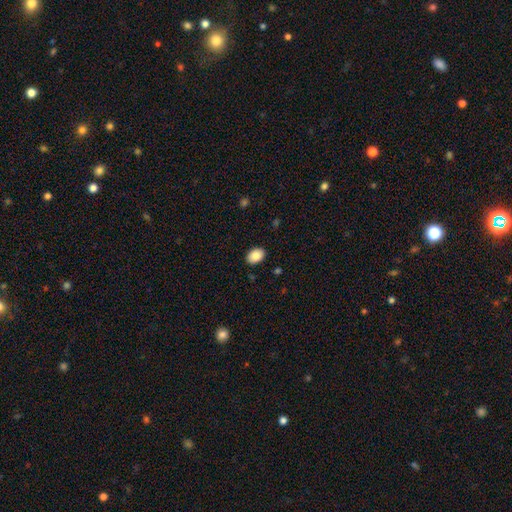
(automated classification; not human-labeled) Smooth or featured? smooth (85%)
How rounded? in between (80%)
Merging? none (88%)